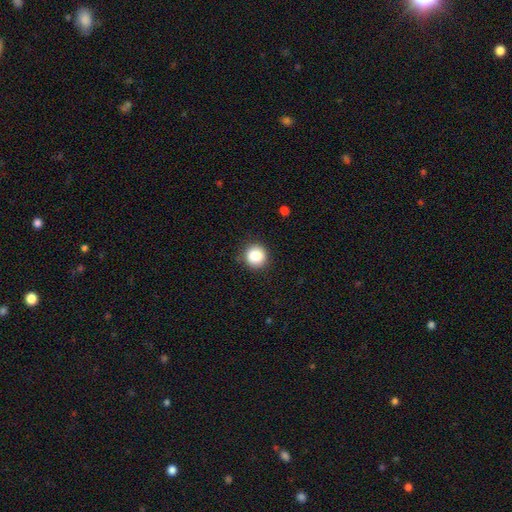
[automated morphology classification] The model was most divided on "smooth or featured": smooth: 86%, star or artifact: 10%, featured or disk: 5%. More confident: how rounded — round (92%); merging — none (86%).